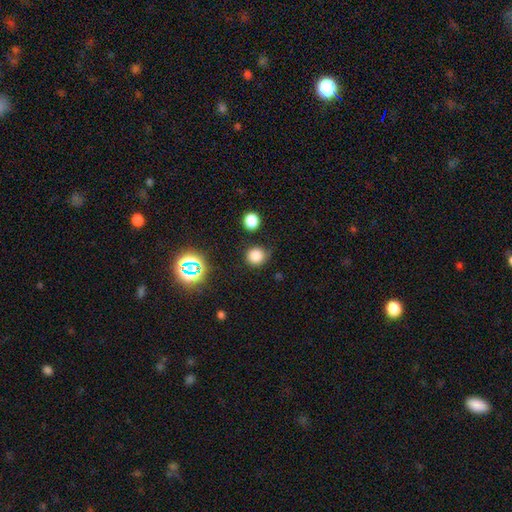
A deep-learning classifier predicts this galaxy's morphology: Smooth or featured: smooth — 79% (star or artifact — 16%)
How rounded: round — 92% (in between — 7%)
Merging: none — 80% (minor disturbance — 12%)